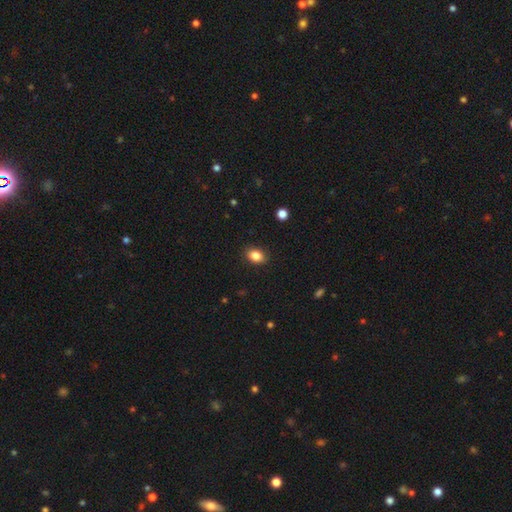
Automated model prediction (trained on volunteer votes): Smooth or featured? smooth (84%)
How rounded? in between (72%)
Merging? none (88%)